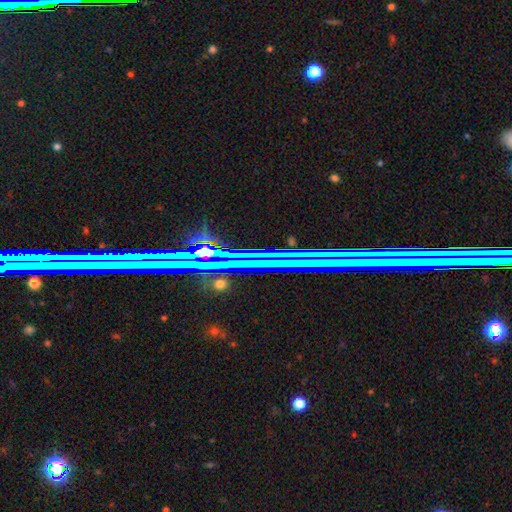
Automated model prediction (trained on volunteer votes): This appears to be a star or artifact, not a galaxy (66%).